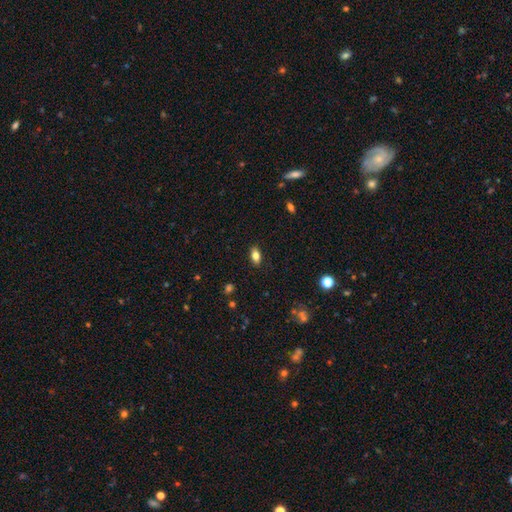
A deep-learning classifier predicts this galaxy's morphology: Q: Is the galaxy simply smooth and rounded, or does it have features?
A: smooth — 77%.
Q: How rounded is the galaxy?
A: in between — 86%.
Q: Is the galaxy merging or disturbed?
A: none — 87%.